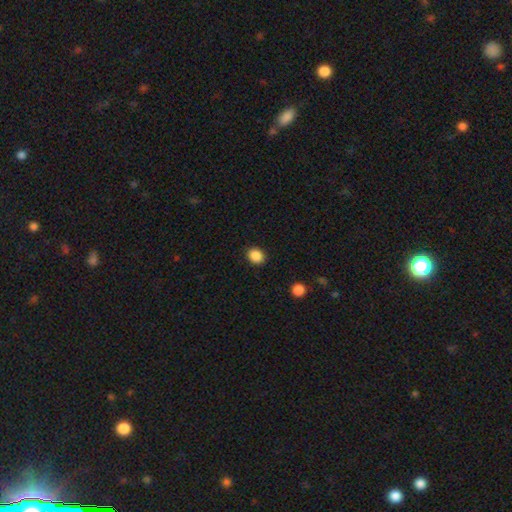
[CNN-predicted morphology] smooth_or_featured: smooth (p=0.88) [alt: star or artifact p=0.09]
how_rounded: round (p=0.60) [alt: in between p=0.39]
merging: none (p=0.90) [alt: minor disturbance p=0.07]